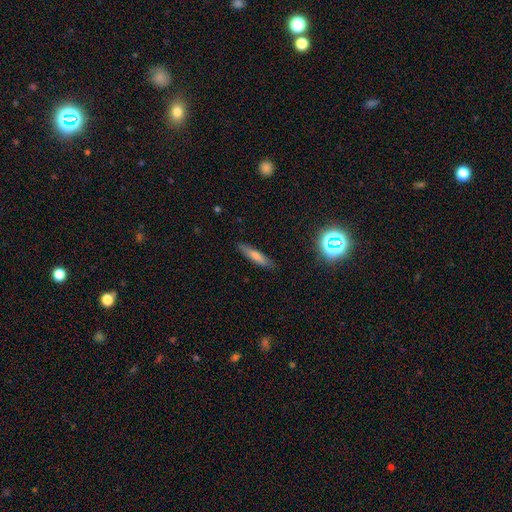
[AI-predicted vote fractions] This is possibly a smooth galaxy (60%). How rounded: clearly cigar-shaped (81%). Merging: clearly none (87%).